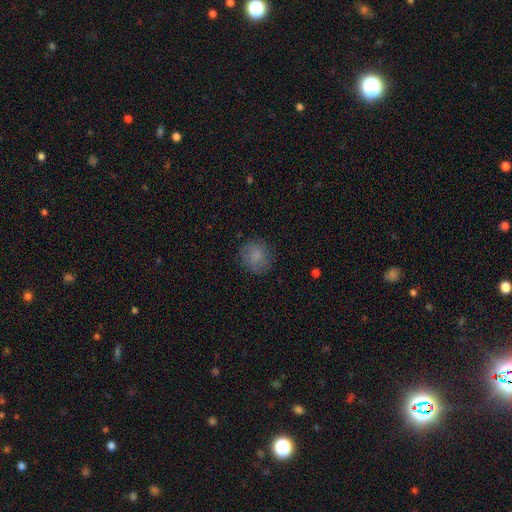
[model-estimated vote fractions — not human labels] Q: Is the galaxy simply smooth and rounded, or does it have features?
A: smooth — 80%.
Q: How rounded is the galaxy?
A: round — 84%.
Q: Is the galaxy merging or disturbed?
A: none — 80%.